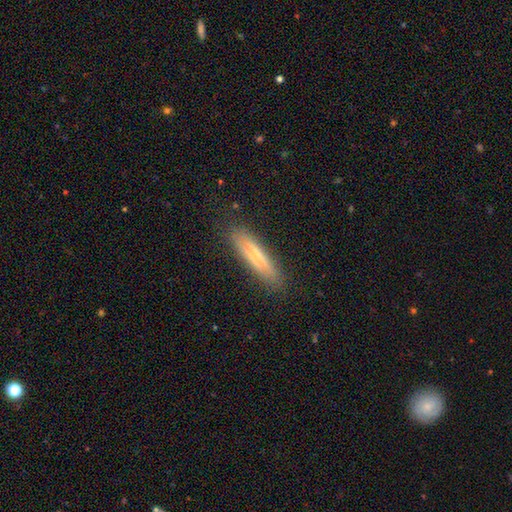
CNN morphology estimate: type=smooth (57%); roundness=cigar-shaped (81%); merging=none (86%).